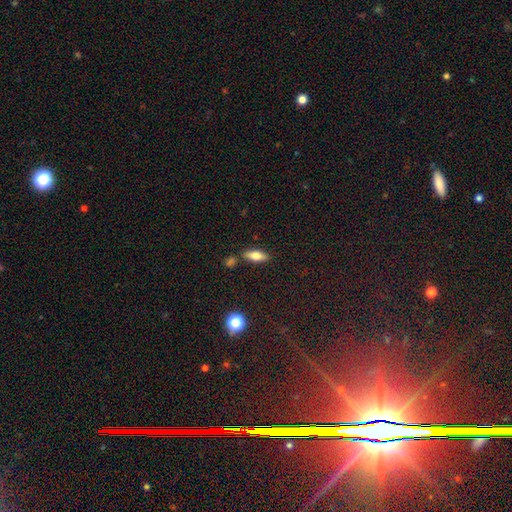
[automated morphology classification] smooth_or_featured: smooth (p=0.68) [alt: featured or disk p=0.24]
how_rounded: in between (p=0.69) [alt: cigar-shaped p=0.28]
merging: none (p=0.79) [alt: minor disturbance p=0.11]